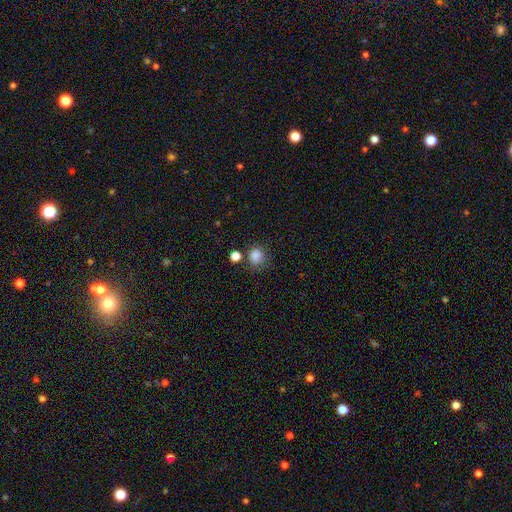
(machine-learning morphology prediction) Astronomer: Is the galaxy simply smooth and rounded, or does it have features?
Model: smooth — 83%.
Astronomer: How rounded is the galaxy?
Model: round — 85%.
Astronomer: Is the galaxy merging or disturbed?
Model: none — 67%.